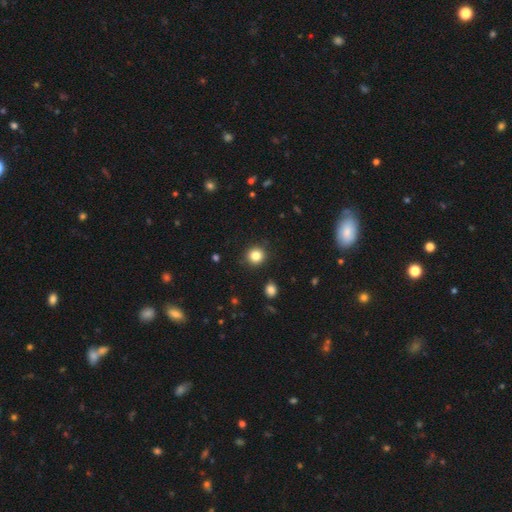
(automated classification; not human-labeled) Smooth or featured? Predicted: smooth (p=0.84). How rounded? Predicted: round (p=0.93). Merging? Predicted: none (p=0.91).